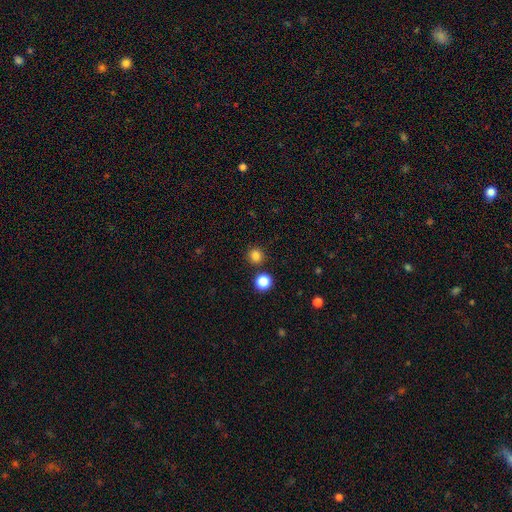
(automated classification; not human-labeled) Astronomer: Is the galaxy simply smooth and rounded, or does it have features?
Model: smooth — 82%.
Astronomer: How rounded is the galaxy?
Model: round — 93%.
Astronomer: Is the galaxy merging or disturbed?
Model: none — 86%.